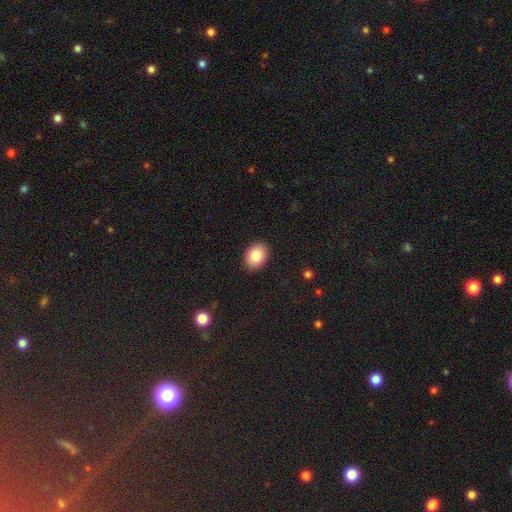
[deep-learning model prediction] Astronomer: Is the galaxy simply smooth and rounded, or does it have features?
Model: smooth — 84%.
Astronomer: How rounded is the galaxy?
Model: in between — 69%.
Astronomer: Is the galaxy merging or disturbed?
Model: none — 89%.